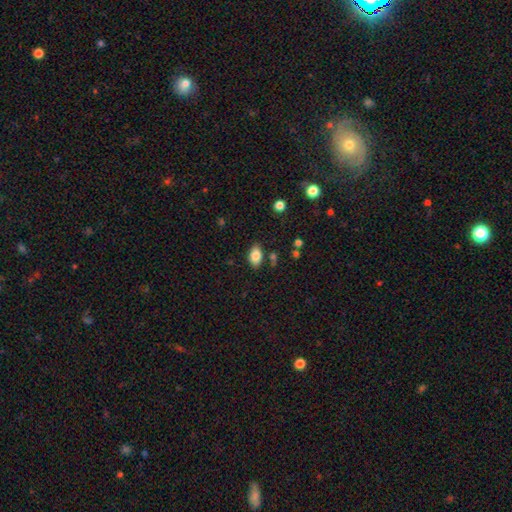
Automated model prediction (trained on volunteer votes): The model was most divided on "merging": none: 81%, minor disturbance: 12%, merger: 4%, major disturbance: 3%. More confident: how rounded — in between (90%); smooth or featured — smooth (84%).